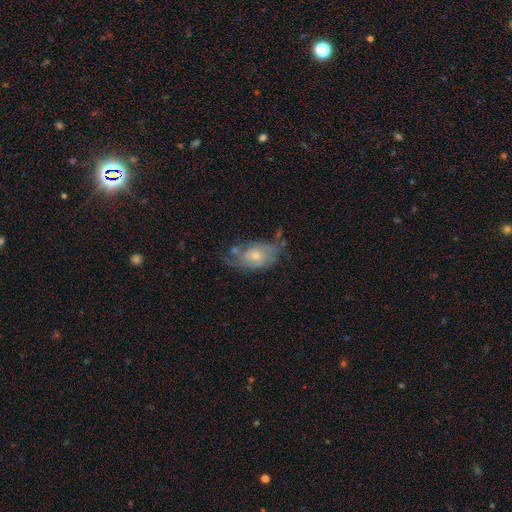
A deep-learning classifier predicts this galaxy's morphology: Smooth or featured?
  - featured or disk: 52% *
  - smooth: 41%
  - star or artifact: 8%
Edge-on disk?
  - no: 93% *
  - yes: 7%
Merging?
  - none: 41% *
  - minor disturbance: 30%
  - major disturbance: 22%
  - merger: 8%